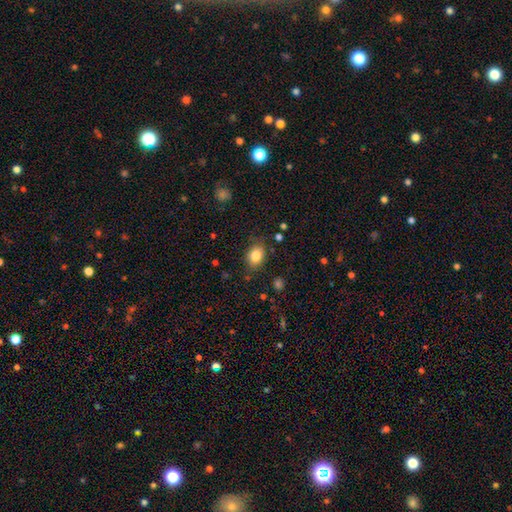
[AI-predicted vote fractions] Smooth or featured: smooth — 83% (star or artifact — 9%)
How rounded: in between — 70% (round — 29%)
Merging: none — 79% (minor disturbance — 15%)